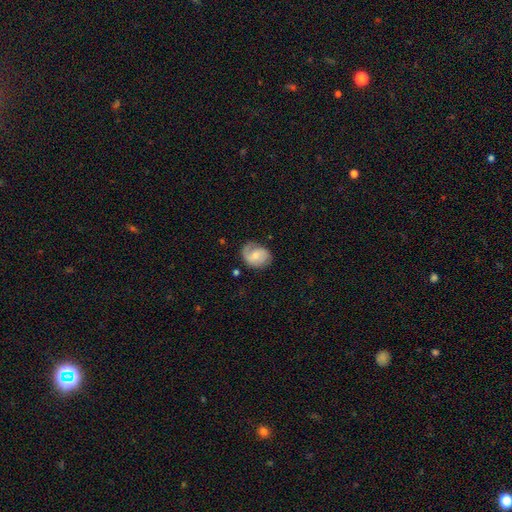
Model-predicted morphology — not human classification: smooth_or_featured: featured or disk (p=0.55) [alt: smooth p=0.38]
disk_edge_on: no (p=0.97) [alt: yes p=0.03]
bar: no (p=0.53) [alt: weak p=0.38]
has_spiral_arms: yes (p=0.85) [alt: no p=0.15]
bulge_size: moderate (p=0.47) [alt: small p=0.46]
merging: none (p=0.63) [alt: minor disturbance p=0.25]